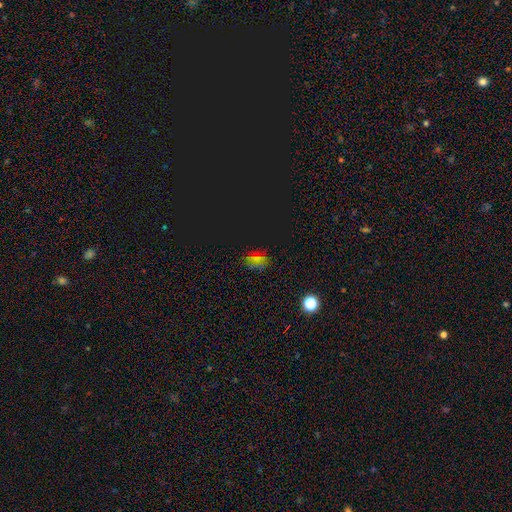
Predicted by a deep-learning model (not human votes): This appears to be a star or artifact, not a galaxy (56%).